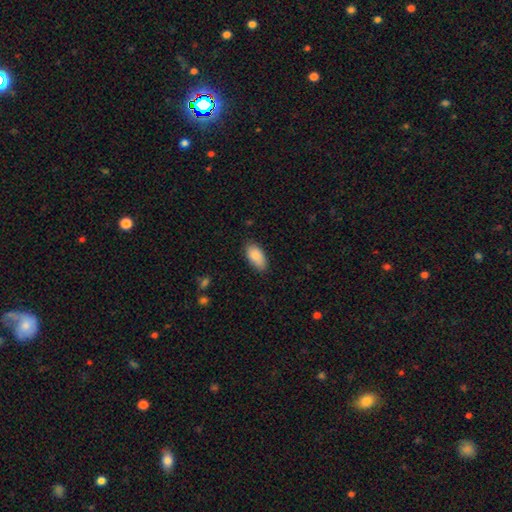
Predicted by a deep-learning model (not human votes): smooth 88%, star or artifact 6%, featured or disk 6%. Down the decision tree: how rounded — in between (93%); merging — none (81%).